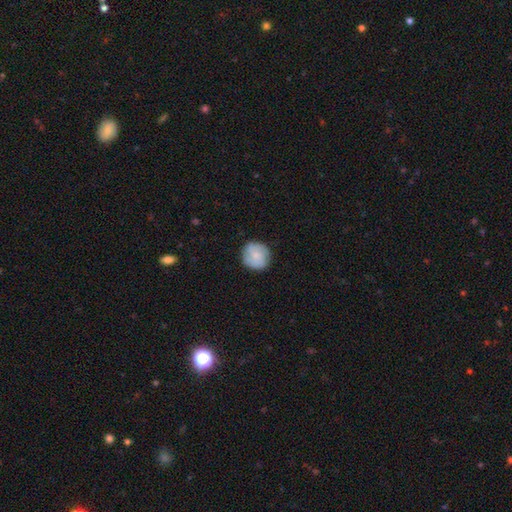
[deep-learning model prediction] The model was most divided on "smooth or featured": smooth: 64%, featured or disk: 29%, star or artifact: 7%. More confident: how rounded — round (90%); merging — none (82%).